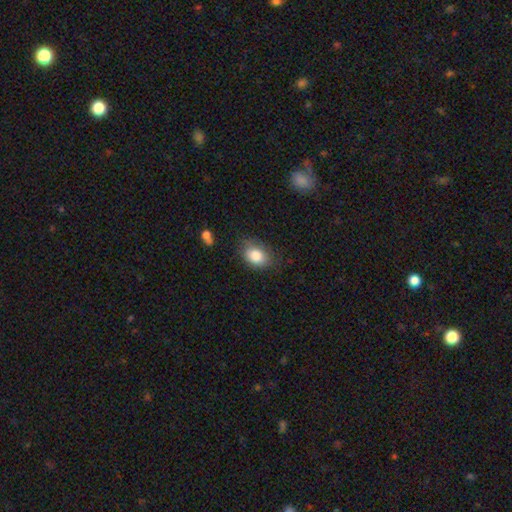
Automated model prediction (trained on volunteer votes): Overall: smooth (84%). How rounded: in between (76%). Merging: none (71%).